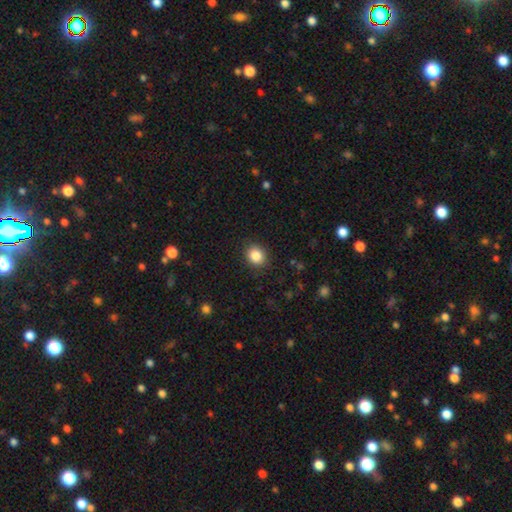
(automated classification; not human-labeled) Smooth or featured? Predicted: smooth (p=0.86). How rounded? Predicted: round (p=0.67). Merging? Predicted: none (p=0.88).